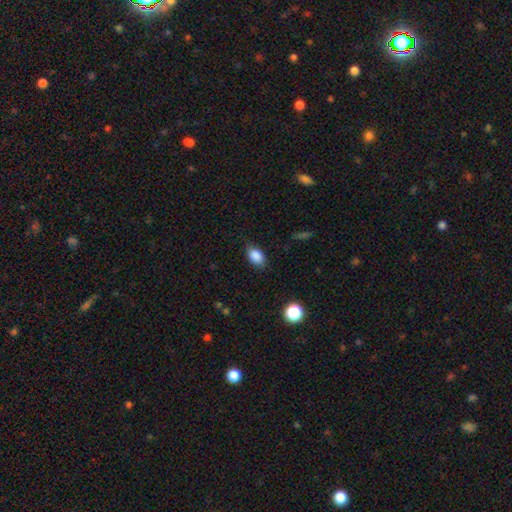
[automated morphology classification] Smooth or featured? Predicted: smooth (p=0.87). How rounded? Predicted: in between (p=0.85). Merging? Predicted: none (p=0.77).